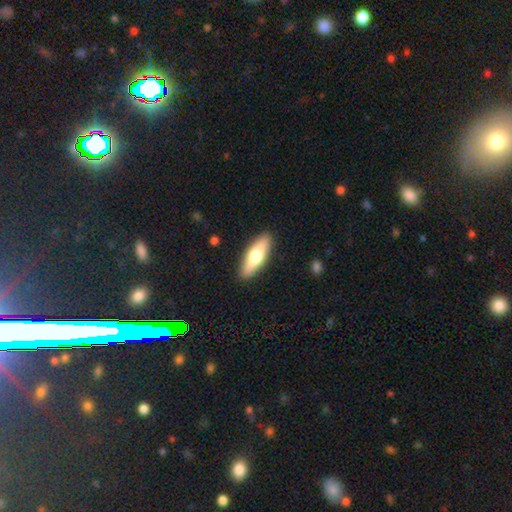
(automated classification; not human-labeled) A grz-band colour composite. It shows a smooth galaxy with no disk features (61%) that is cigar-shaped (49%, tied with in between). Merging: none (89%).